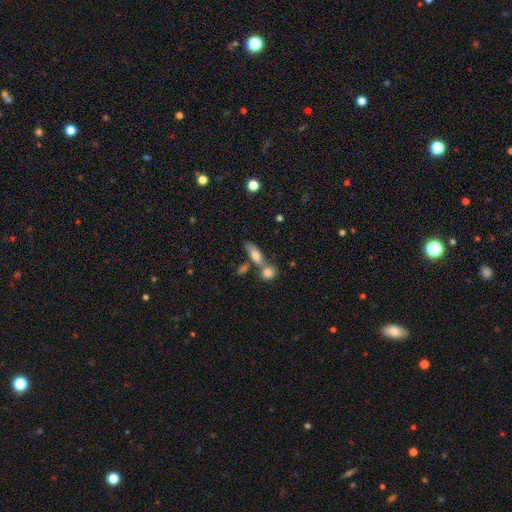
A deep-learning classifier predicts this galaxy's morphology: A smooth galaxy with no disk features (72%) that is in between round and cigar-shaped (64%).

Vote fractions:
- Smooth or featured? smooth: 72% / featured or disk: 20% / star or artifact: 8%
- How rounded? in between: 64% / cigar-shaped: 29% / round: 7%
- Merging? none: 41% (tied) / merger: 41% (tied) / minor disturbance: 12% / major disturbance: 5%